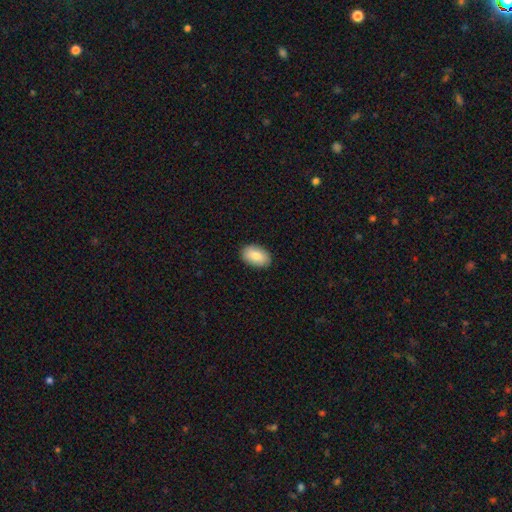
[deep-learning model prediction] A smooth galaxy with no disk features (86%) that is in between round and cigar-shaped (93%).

Vote fractions:
- Smooth or featured? smooth: 86% / featured or disk: 8% / star or artifact: 6%
- How rounded? in between: 93% / round: 6% / cigar-shaped: 1%
- Merging? none: 89% / minor disturbance: 8% / major disturbance: 2% / merger: 1%